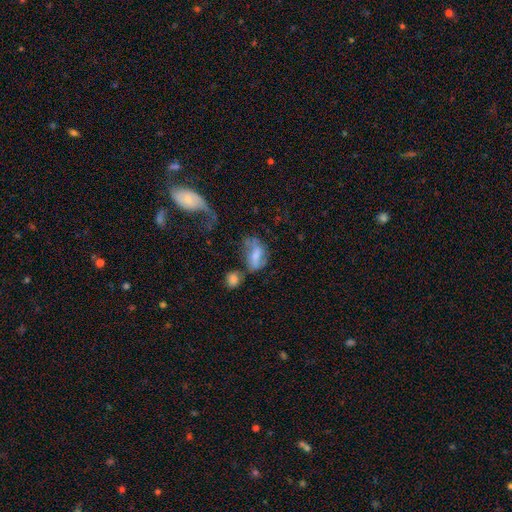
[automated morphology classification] Smooth or featured? smooth (49%)
Merging? none (31%)